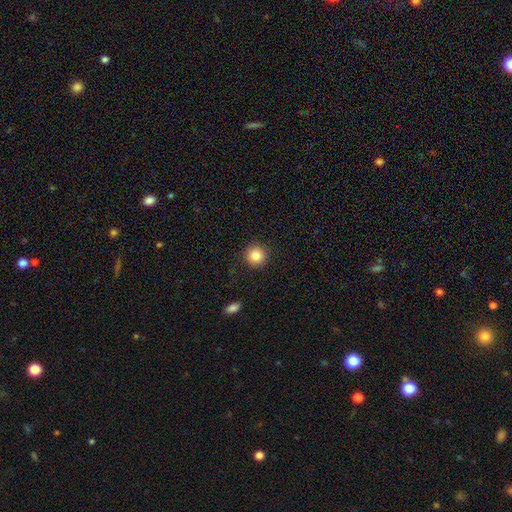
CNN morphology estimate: smooth_or_featured: smooth (p=0.85) [alt: star or artifact p=0.10]
how_rounded: round (p=0.94) [alt: in between p=0.05]
merging: none (p=0.91) [alt: minor disturbance p=0.05]